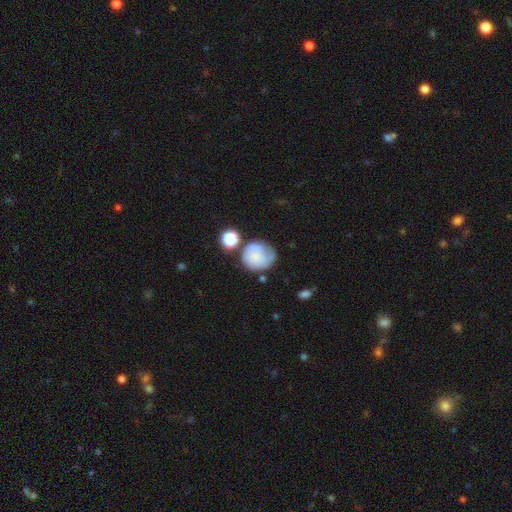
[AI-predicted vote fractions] A smooth galaxy with no disk features (66%) that is round (79%). Merging: none (48%).